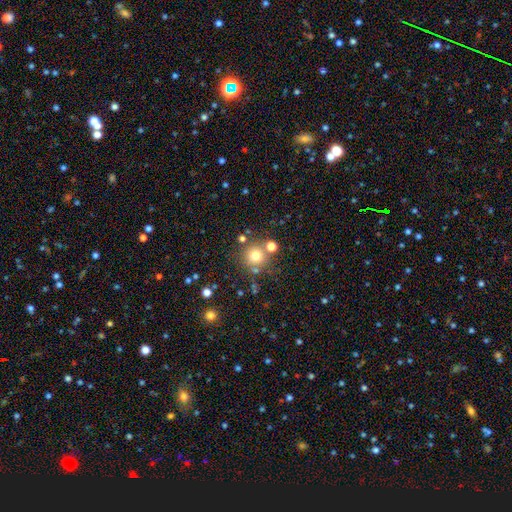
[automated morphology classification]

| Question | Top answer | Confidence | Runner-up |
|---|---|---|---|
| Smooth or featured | smooth | 73% | star or artifact (16%) |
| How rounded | round | 93% | in between (6%) |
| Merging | none | 73% | merger (13%) |